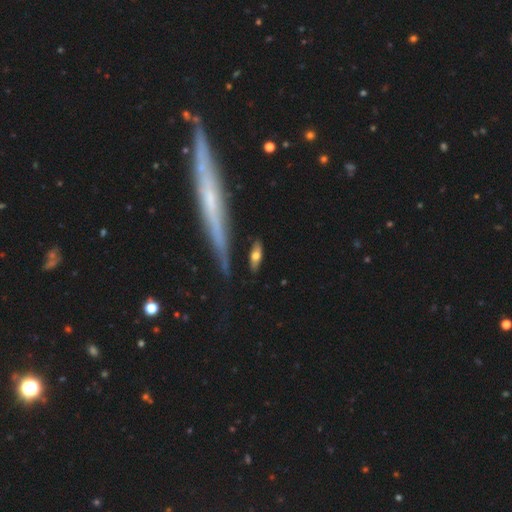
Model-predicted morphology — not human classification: This appears to be a smooth galaxy with no disk features (58%) that is in between round and cigar-shaped (63%). Merging: none (79%).